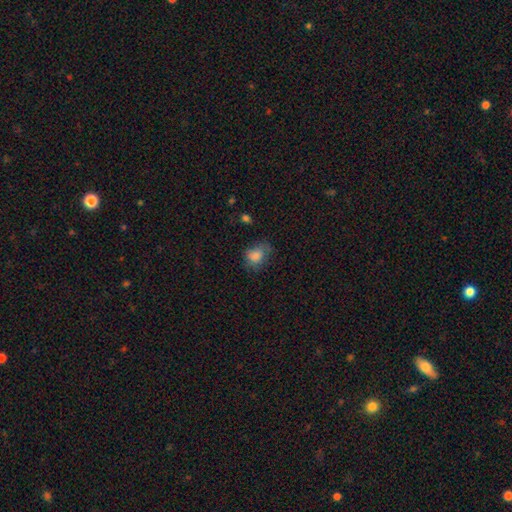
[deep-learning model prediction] This appears to be a smooth galaxy with no disk features (82%) that is in between round and cigar-shaped (55%). Merging: none (52%).